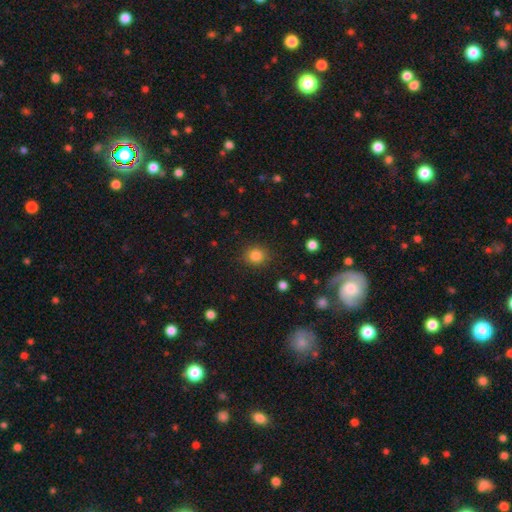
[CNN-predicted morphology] Smooth or featured? smooth (84%)
How rounded? round (83%)
Merging? none (88%)